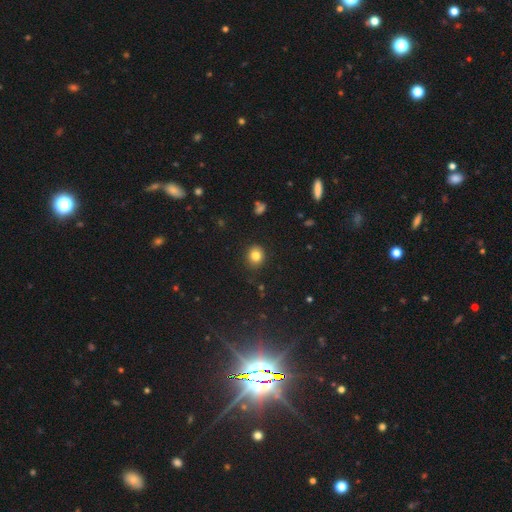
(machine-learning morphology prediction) Smooth or featured? smooth (82%)
How rounded? round (77%)
Merging? none (88%)